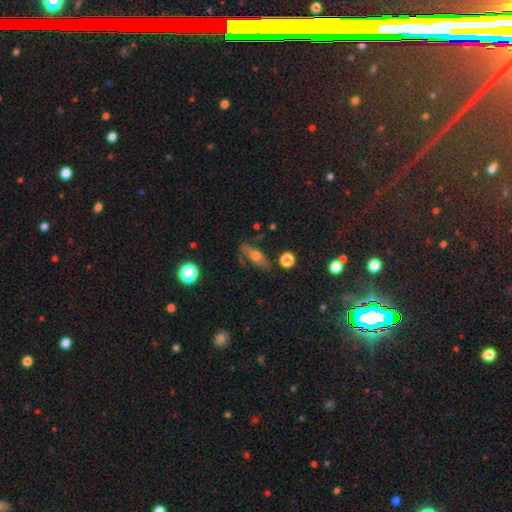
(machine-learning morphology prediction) type=smooth (59%); roundness=in between (69%); merging=none (68%).